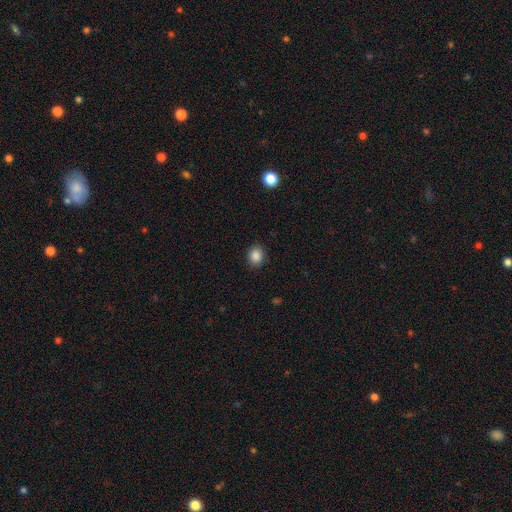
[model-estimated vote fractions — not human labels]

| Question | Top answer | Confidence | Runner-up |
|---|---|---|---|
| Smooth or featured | smooth | 87% | star or artifact (10%) |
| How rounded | round | 59% | in between (40%) |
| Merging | none | 88% | minor disturbance (9%) |